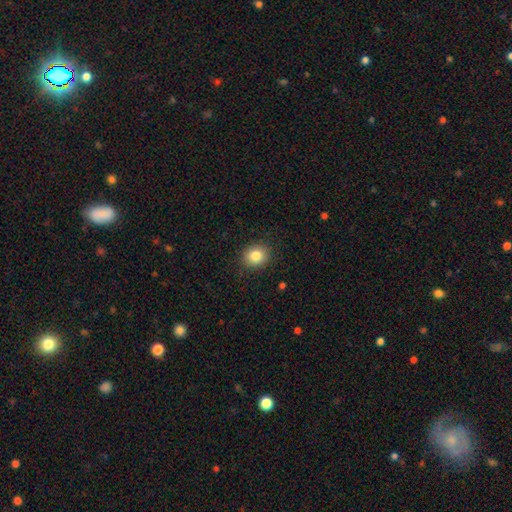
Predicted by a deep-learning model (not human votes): Q: Smooth or featured?
A: smooth (83%); runner-up: star or artifact (10%)
Q: How rounded?
A: round (72%); runner-up: in between (27%)
Q: Merging?
A: none (89%); runner-up: minor disturbance (7%)